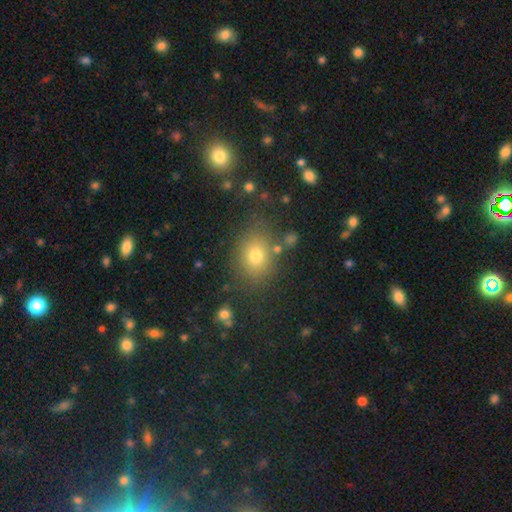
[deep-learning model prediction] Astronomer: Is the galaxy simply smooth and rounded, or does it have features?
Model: smooth — 72%.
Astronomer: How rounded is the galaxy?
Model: round — 52% (runner-up: in between, 47%).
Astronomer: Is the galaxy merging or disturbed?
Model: none — 81%.